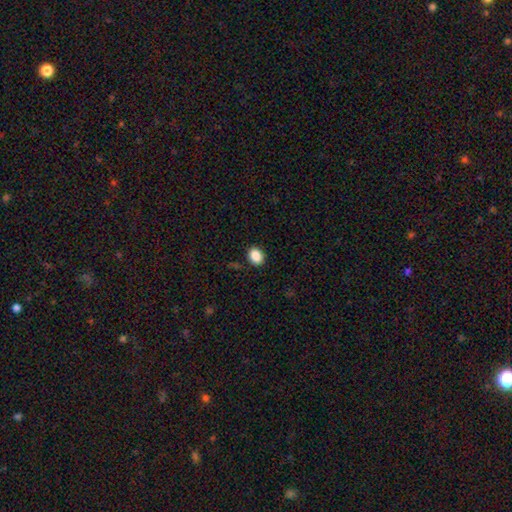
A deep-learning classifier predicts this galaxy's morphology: Smooth or featured?
  - smooth: 87% *
  - star or artifact: 9%
  - featured or disk: 4%
How rounded?
  - in between: 51% *
  - round: 48%
  - cigar-shaped: 1%
Merging?
  - none: 88% *
  - minor disturbance: 8%
  - major disturbance: 2%
  - merger: 1%